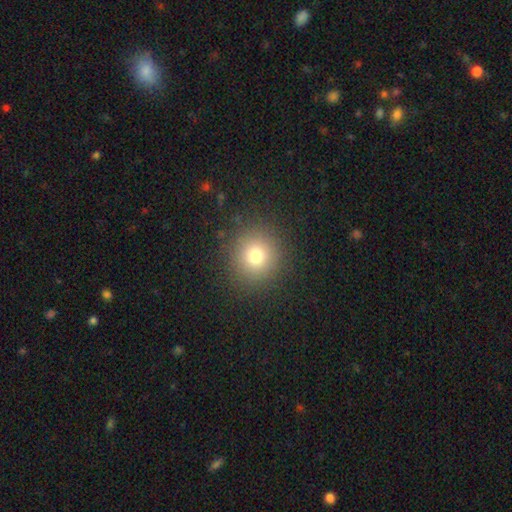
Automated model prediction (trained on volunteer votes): smooth 76%, star or artifact 15%, featured or disk 9%. Down the decision tree: how rounded — round (91%); merging — none (88%).